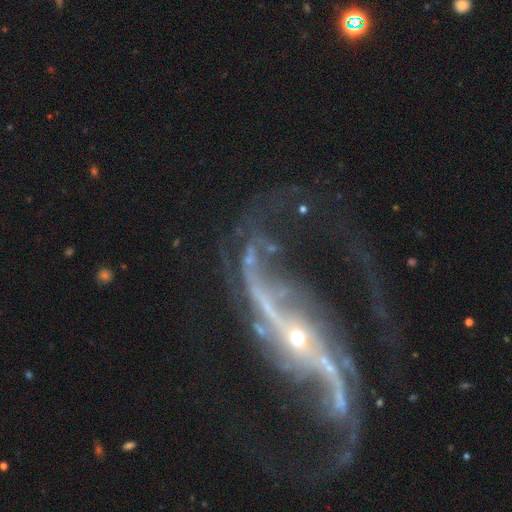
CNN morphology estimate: type=featured or disk (90%); edge-on=no (93%); bar=strong (44%); spiral arms=yes (95%); winding=loose (80%); arm count=2 (86%); bulge=small (78%); merging=none (47%).